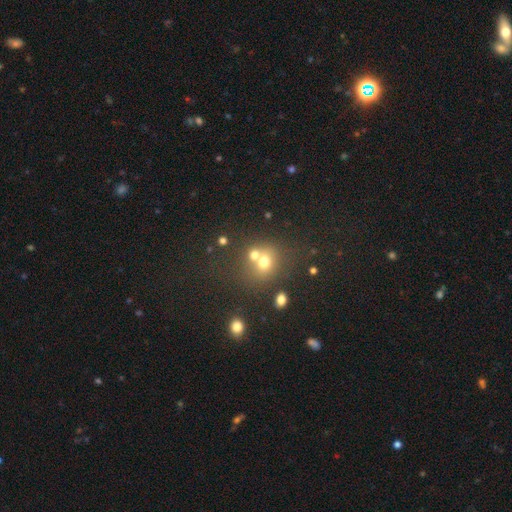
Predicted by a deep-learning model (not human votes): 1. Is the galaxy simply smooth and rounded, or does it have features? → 55% smooth, 29% star or artifact, 16% featured or disk.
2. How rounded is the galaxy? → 78% round, 21% in between, 1% cigar-shaped.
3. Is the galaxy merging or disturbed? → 47% none, 40% merger, 8% minor disturbance, 5% major disturbance.